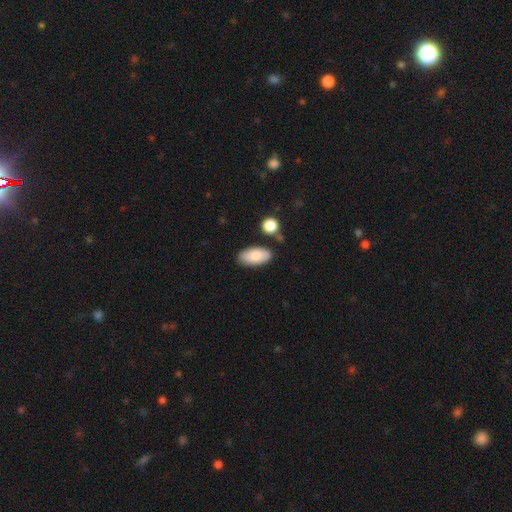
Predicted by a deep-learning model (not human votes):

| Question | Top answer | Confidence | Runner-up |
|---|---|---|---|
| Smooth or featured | smooth | 80% | featured or disk (14%) |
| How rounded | in between | 93% | cigar-shaped (5%) |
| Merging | none | 79% | minor disturbance (12%) |